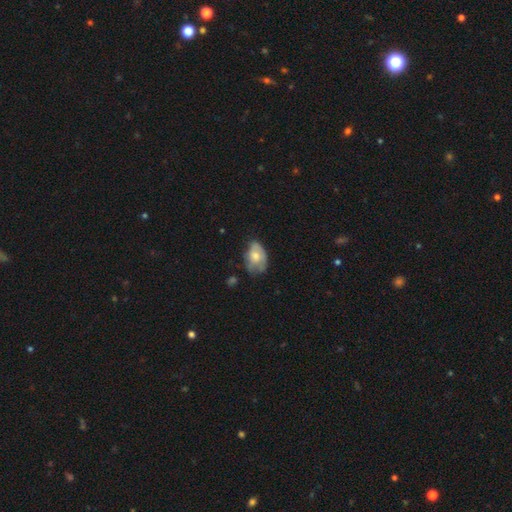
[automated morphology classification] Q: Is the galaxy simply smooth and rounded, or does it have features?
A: smooth — 60%.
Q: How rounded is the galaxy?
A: in between — 82%.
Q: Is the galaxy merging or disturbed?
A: none — 41%.